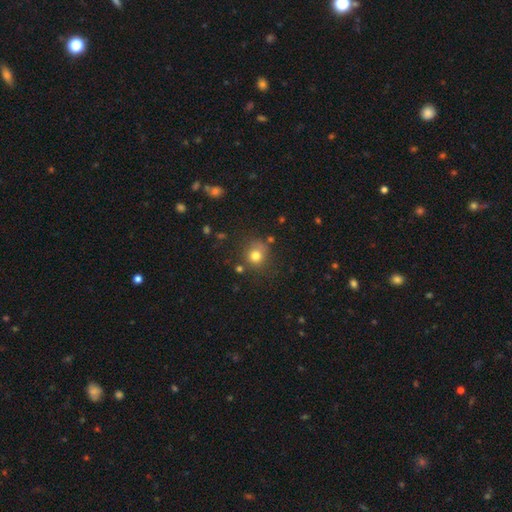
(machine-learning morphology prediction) type=smooth (78%); roundness=round (86%); merging=none (71%).